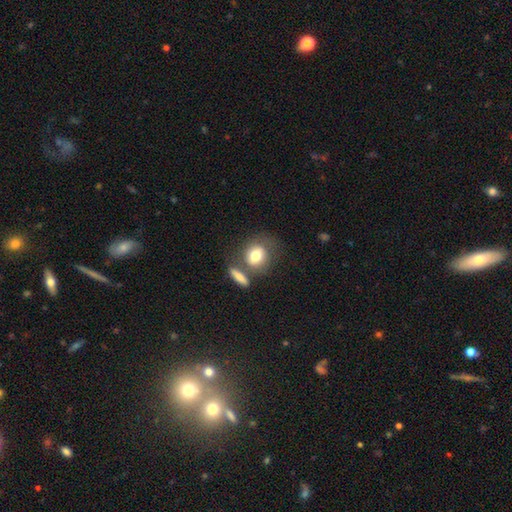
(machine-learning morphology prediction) smooth-or-featured: smooth: 77% | featured or disk: 15% | star or artifact: 8%
  how-rounded: round: 58% | in between: 40% | cigar-shaped: 2%
  merging: none: 49% | merger: 29% | minor disturbance: 15% | major disturbance: 7%